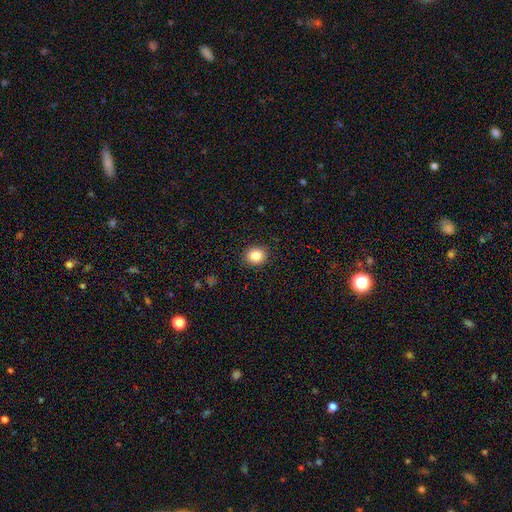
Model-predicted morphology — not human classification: Smooth or featured? Predicted: smooth (p=0.84). How rounded? Predicted: round (p=0.69). Merging? Predicted: none (p=0.90).